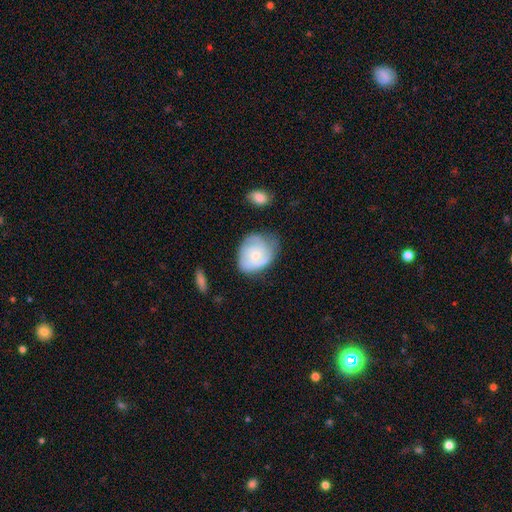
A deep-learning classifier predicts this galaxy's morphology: Smooth or featured: featured or disk — 72% (smooth — 22%)
Edge-on disk: no — 98% (yes — 2%)
Bar: no — 72% (weak — 25%)
Spiral arms: yes — 93% (no — 7%)
Spiral winding: tight — 62% (medium — 30%)
Spiral arm count: 3 — 32% (can't tell — 27%)
Bulge size: small — 63% (moderate — 32%)
Merging: none — 61% (minor disturbance — 27%)